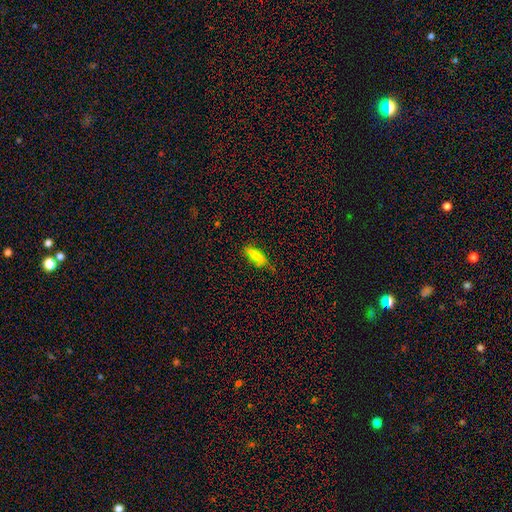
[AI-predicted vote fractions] This appears to be a smooth galaxy with no disk features (74%) that is in between round and cigar-shaped (61%). Merging: none (67%).